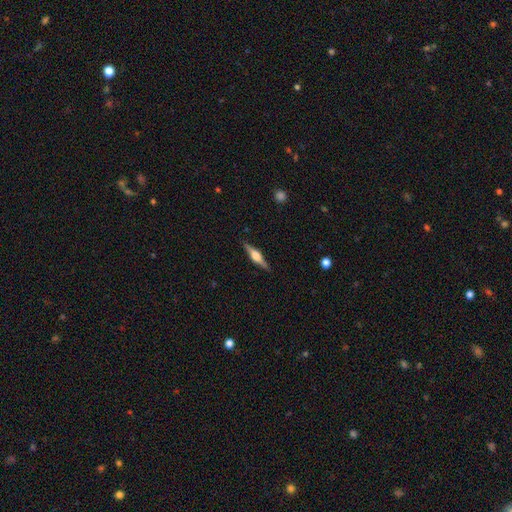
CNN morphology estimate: type=featured or disk (75%); edge-on=yes (98%); edge-on bulge=rounded (84%); merging=none (89%).